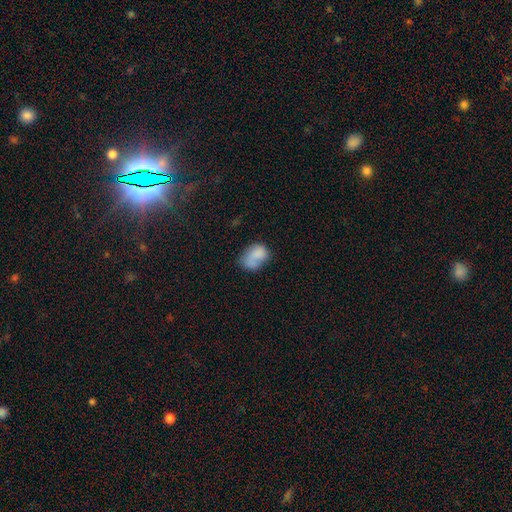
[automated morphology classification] This appears to be a smooth galaxy with no disk features (77%) that is in between round and cigar-shaped (75%). Merging: none (38%).